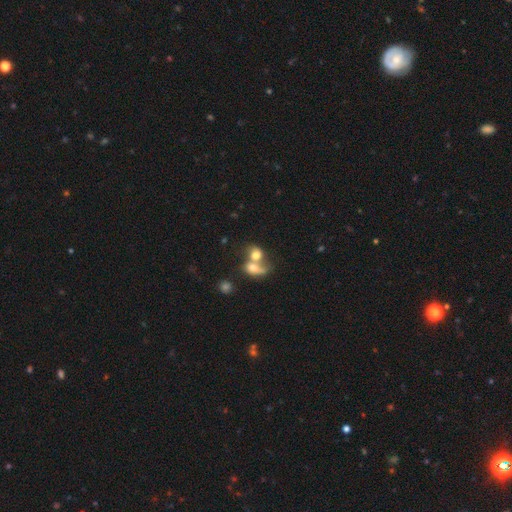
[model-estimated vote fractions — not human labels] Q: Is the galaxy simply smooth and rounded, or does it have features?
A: smooth — 65%.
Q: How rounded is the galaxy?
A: in between — 51%.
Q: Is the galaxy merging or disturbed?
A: merger — 76%.